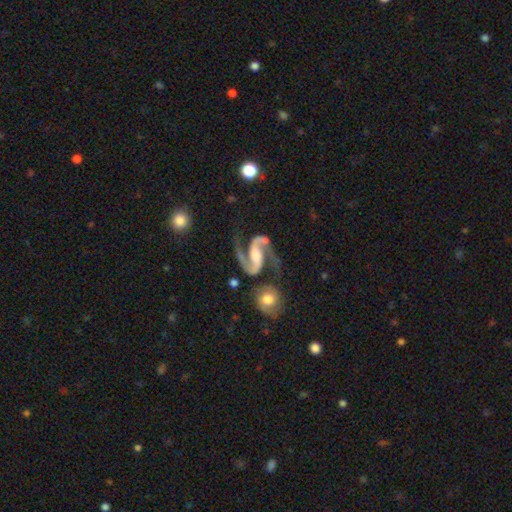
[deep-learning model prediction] smooth-or-featured: featured or disk: 93% | star or artifact: 4% | smooth: 3%
  disk-edge-on: no: 98% | yes: 2%
    bar: strong: 37% | weak: 36% | no: 27%
    has-spiral-arms: yes: 98% | no: 2%
      spiral-winding: medium: 55% | loose: 35% | tight: 10%
      spiral-arm-count: 2: 94% | 1: 2% | can't tell: 1% | 3: 1% | 4: 1% | more than 4: 1%
    bulge-size: moderate: 42% | large: 22% | small: 21% | none: 13% | dominant: 3%
  merging: none: 59% | minor disturbance: 17% | merger: 12% | major disturbance: 12%